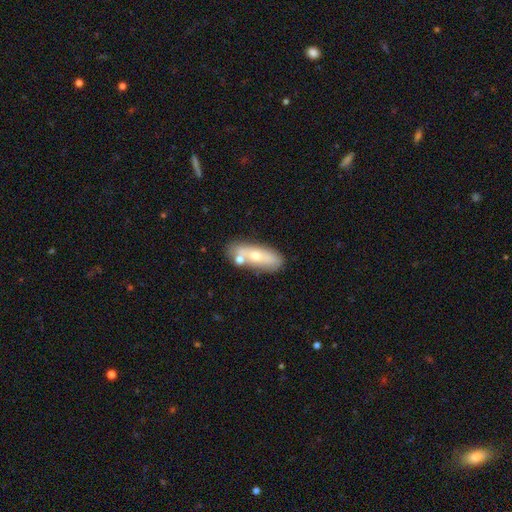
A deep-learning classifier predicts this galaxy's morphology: Q: Smooth or featured?
A: smooth (56%); runner-up: featured or disk (37%)
Q: How rounded?
A: in between (65%); runner-up: cigar-shaped (31%)
Q: Merging?
A: none (65%); runner-up: minor disturbance (16%)